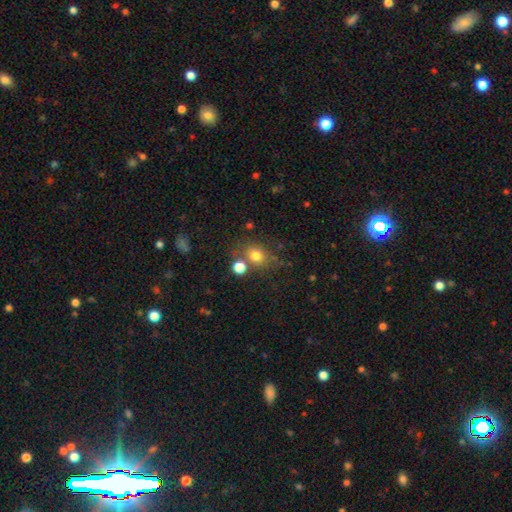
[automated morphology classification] Q: Smooth or featured?
A: smooth (77%); runner-up: star or artifact (14%)
Q: How rounded?
A: round (66%); runner-up: in between (33%)
Q: Merging?
A: none (66%); runner-up: merger (16%)